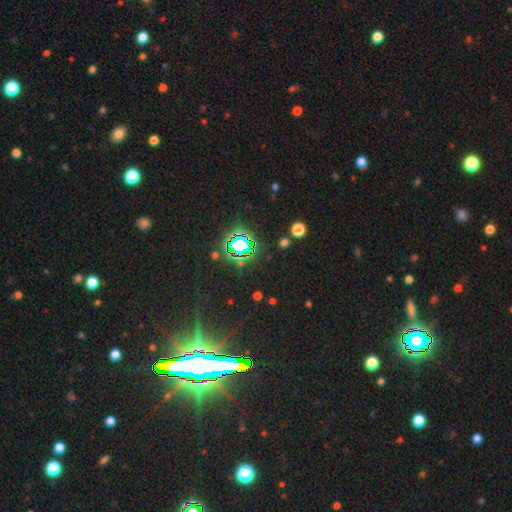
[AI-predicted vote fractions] Overall: star or artifact (81%).